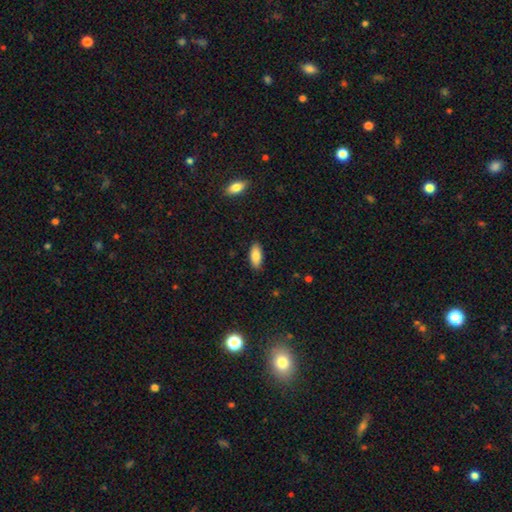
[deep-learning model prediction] Morphology: type=smooth (83%); roundness=in between (87%); merging=none (88%).